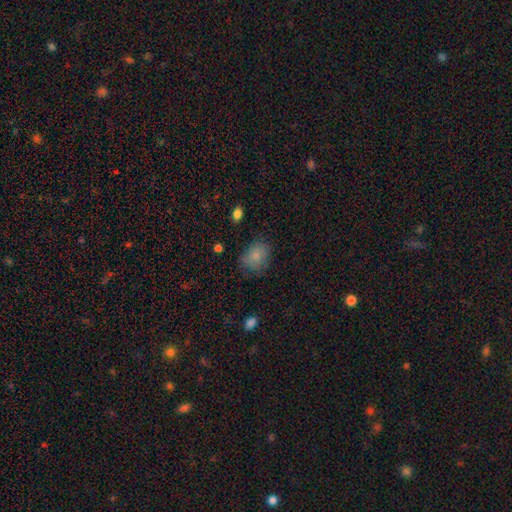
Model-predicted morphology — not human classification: smooth 82%, star or artifact 10%, featured or disk 9%. Down the decision tree: how rounded — in between (67%); merging — none (67%).